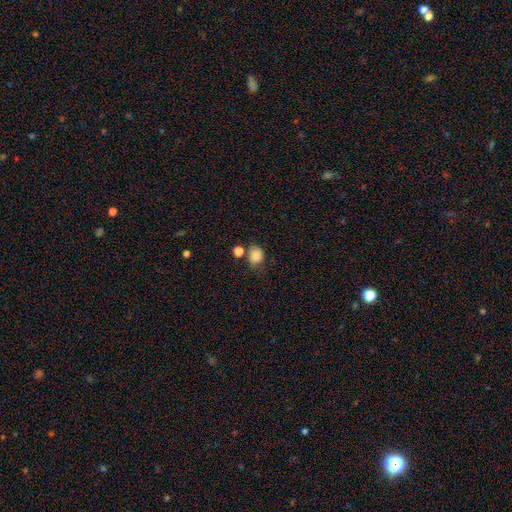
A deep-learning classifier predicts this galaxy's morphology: Smooth or featured: smooth — 83% (star or artifact — 10%)
How rounded: round — 58% (in between — 41%)
Merging: none — 60% (minor disturbance — 20%)